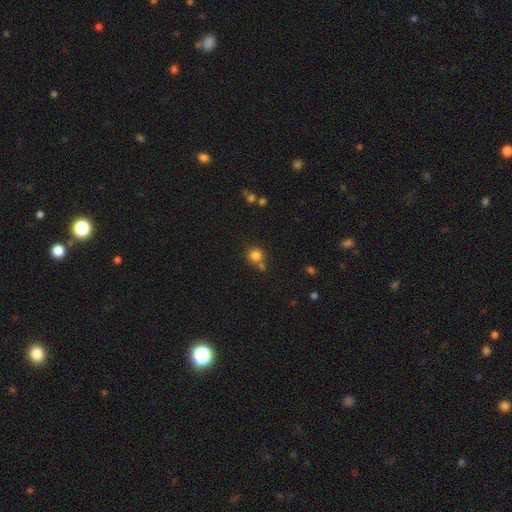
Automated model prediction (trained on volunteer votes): Overall: smooth (81%). How rounded: round (90%). Merging: none (64%).